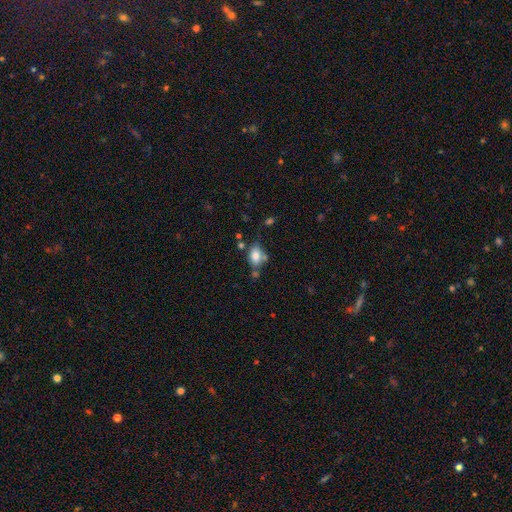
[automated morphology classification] Smooth or featured: smooth — 78% (featured or disk — 13%)
How rounded: in between — 81% (round — 17%)
Merging: none — 52% (minor disturbance — 23%)